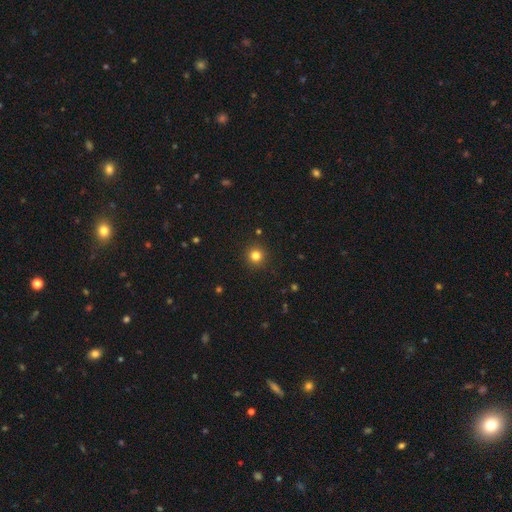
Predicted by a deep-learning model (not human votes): Smooth or featured?
  - smooth: 80% *
  - star or artifact: 14%
  - featured or disk: 5%
How rounded?
  - round: 95% *
  - in between: 4%
  - cigar-shaped: 1%
Merging?
  - none: 92% *
  - minor disturbance: 5%
  - major disturbance: 2%
  - merger: 1%